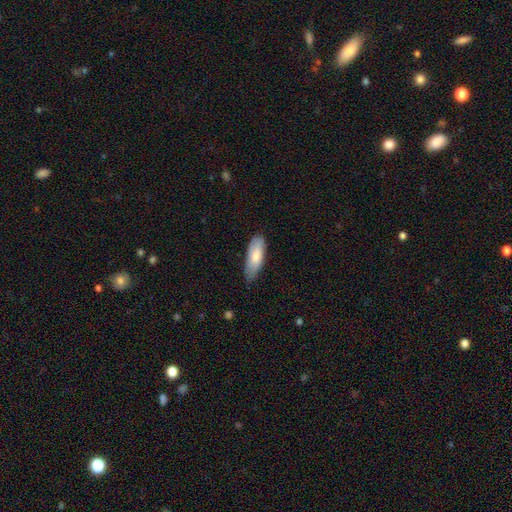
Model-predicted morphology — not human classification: Smooth or featured: smooth — 77% (featured or disk — 18%)
How rounded: in between — 64% (cigar-shaped — 34%)
Merging: none — 68% (minor disturbance — 27%)